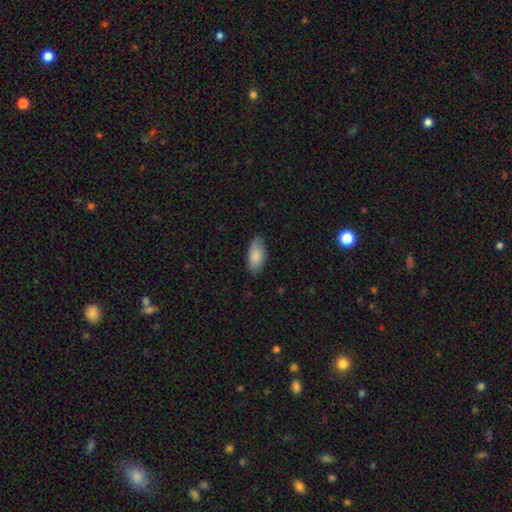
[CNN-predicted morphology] Q: Smooth or featured?
A: smooth (84%); runner-up: featured or disk (10%)
Q: How rounded?
A: in between (92%); runner-up: cigar-shaped (6%)
Q: Merging?
A: none (78%); runner-up: minor disturbance (18%)